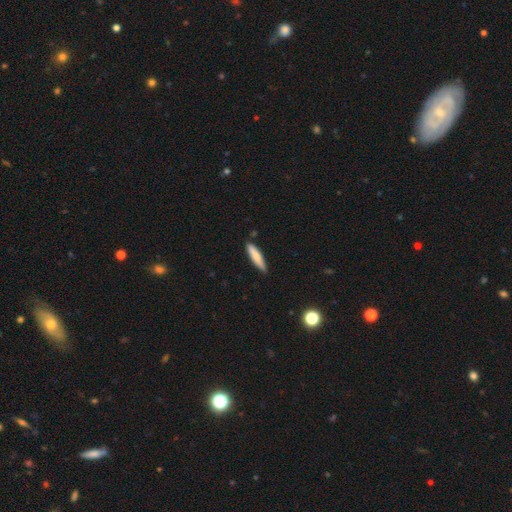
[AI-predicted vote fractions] The model was most divided on "smooth or featured": smooth: 75%, featured or disk: 19%, star or artifact: 6%. More confident: merging — none (83%); how rounded — cigar-shaped (81%).